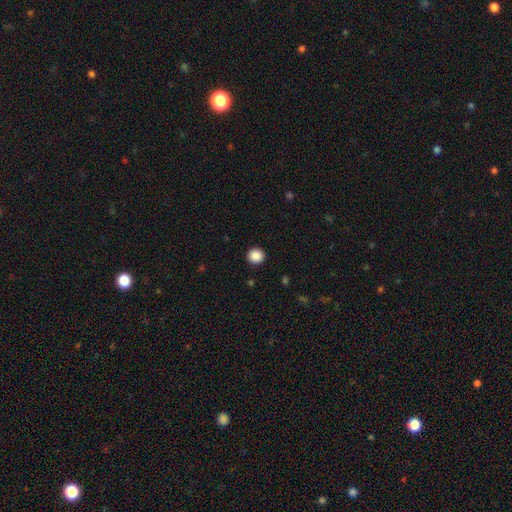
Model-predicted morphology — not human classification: Smooth or featured?
  - smooth: 88% *
  - star or artifact: 9%
  - featured or disk: 2%
How rounded?
  - round: 94% *
  - in between: 5%
  - cigar-shaped: 1%
Merging?
  - none: 93% *
  - minor disturbance: 5%
  - major disturbance: 2%
  - merger: 1%